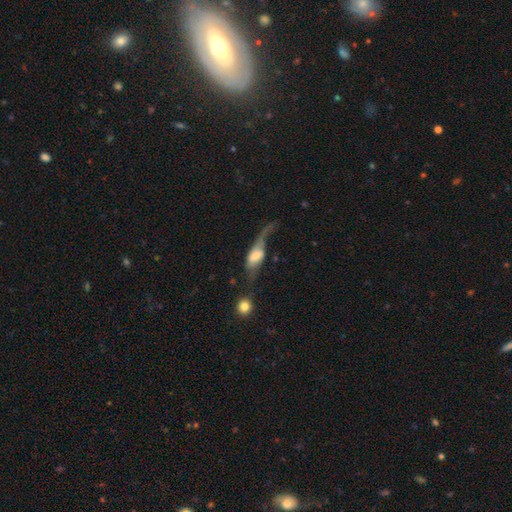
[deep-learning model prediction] This appears to be a featured or disk galaxy (56%). Merging: major disturbance (49%).